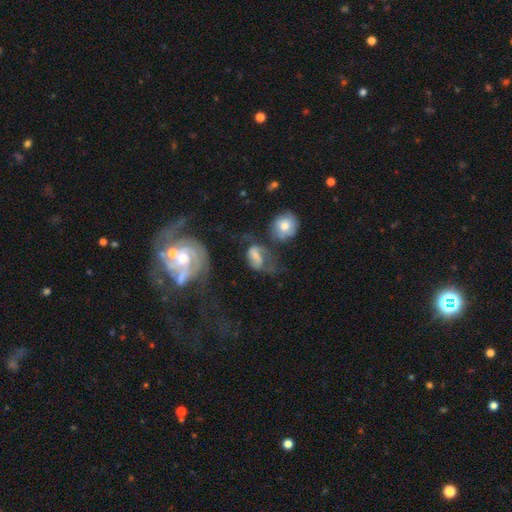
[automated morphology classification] smooth_or_featured: smooth (p=0.45) [alt: featured or disk p=0.42]
merging: major disturbance (p=0.34) [alt: none p=0.27]